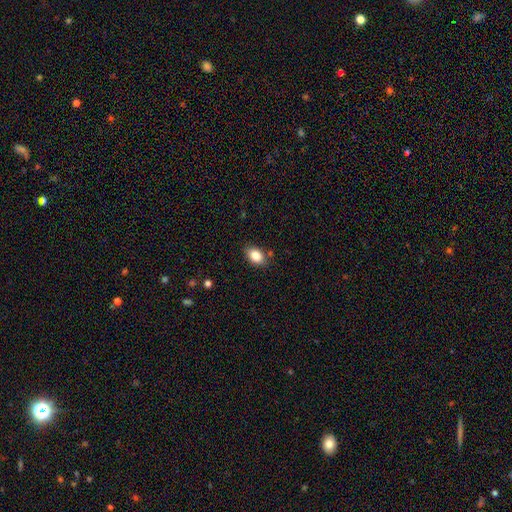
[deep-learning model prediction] This appears to be a smooth galaxy with no disk features (85%) that is in between round and cigar-shaped (81%). Merging: none (83%).